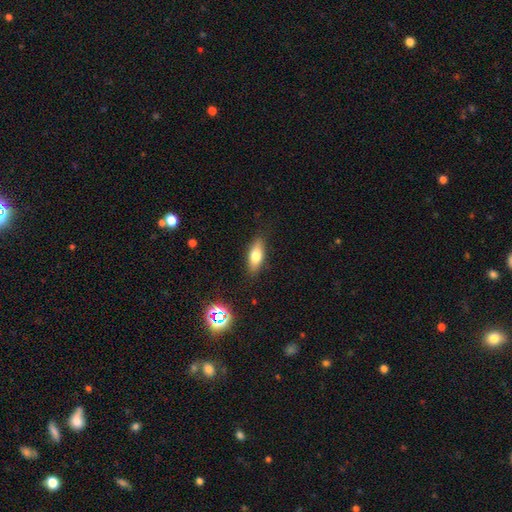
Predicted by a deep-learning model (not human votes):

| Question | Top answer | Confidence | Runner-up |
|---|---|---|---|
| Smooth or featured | smooth | 71% | featured or disk (21%) |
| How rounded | in between | 71% | cigar-shaped (25%) |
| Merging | none | 85% | minor disturbance (11%) |